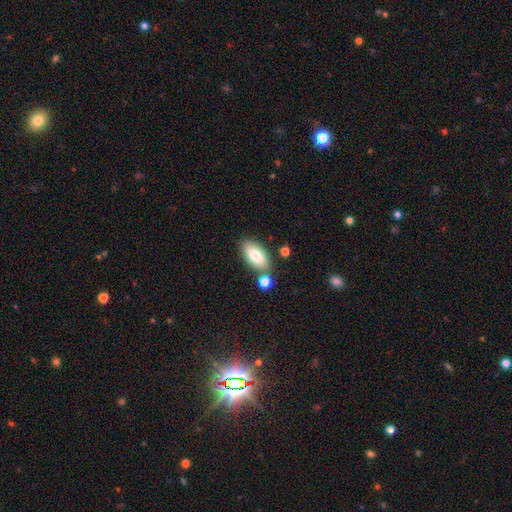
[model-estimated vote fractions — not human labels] Morphology: type=smooth (80%); roundness=in between (89%); merging=none (71%).